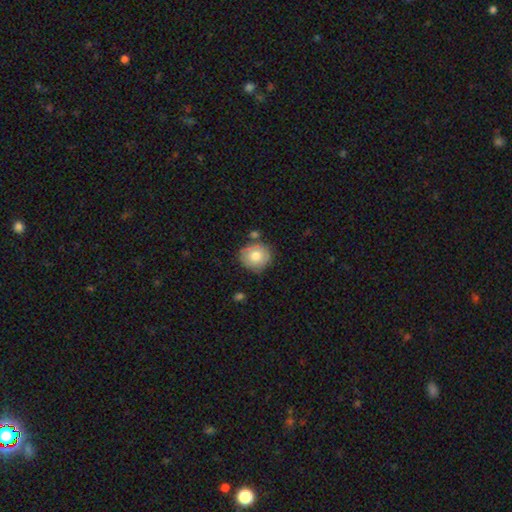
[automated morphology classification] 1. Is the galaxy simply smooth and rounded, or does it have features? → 77% smooth, 16% featured or disk, 8% star or artifact.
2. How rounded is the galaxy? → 85% round, 14% in between, 1% cigar-shaped.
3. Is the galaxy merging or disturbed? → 74% none, 16% minor disturbance, 7% merger, 4% major disturbance.